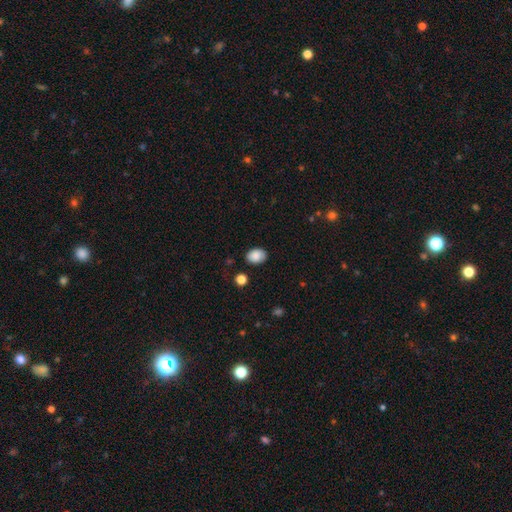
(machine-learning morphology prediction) A smooth galaxy with no disk features (86%) that is in between round and cigar-shaped (68%).

Vote fractions:
- Smooth or featured? smooth: 86% / star or artifact: 8% / featured or disk: 6%
- How rounded? in between: 68% / round: 31% / cigar-shaped: 1%
- Merging? none: 81% / minor disturbance: 14% / major disturbance: 3% / merger: 2%